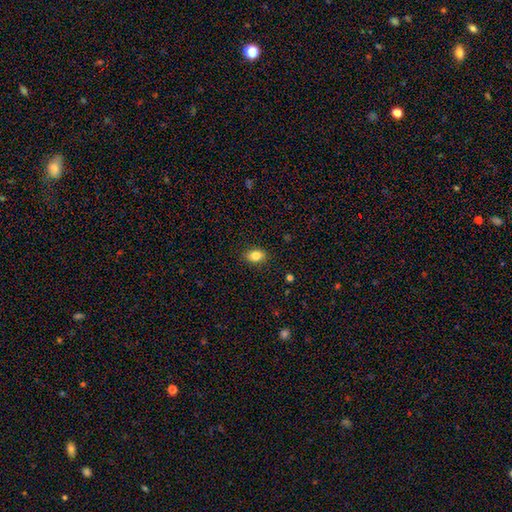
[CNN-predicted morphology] The model was most divided on "how rounded": in between: 79%, round: 20%, cigar-shaped: 2%. More confident: merging — none (88%); smooth or featured — smooth (82%).